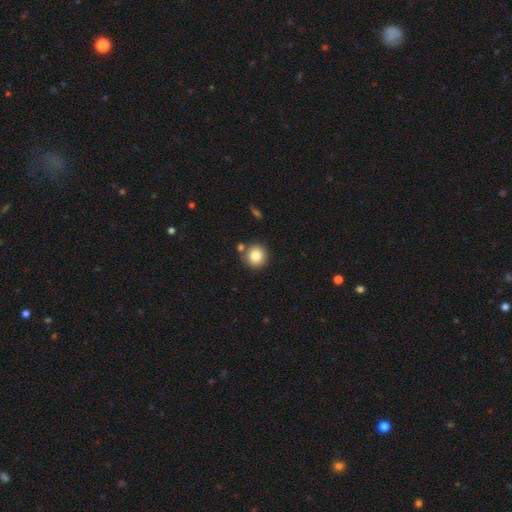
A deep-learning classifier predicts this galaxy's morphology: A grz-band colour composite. It shows a smooth galaxy with no disk features (82%) that is round (92%). Merging: none (78%).